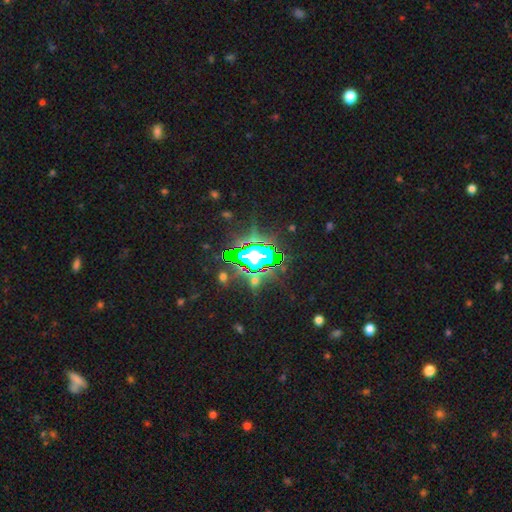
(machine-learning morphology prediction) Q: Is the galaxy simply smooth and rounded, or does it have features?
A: star or artifact — 69%.